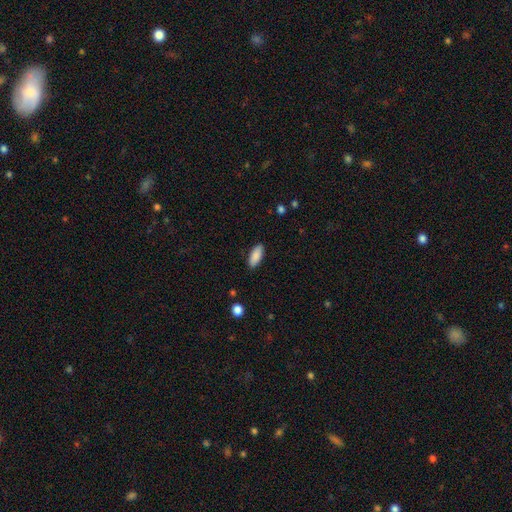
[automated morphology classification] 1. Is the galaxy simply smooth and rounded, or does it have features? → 89% smooth, 6% star or artifact, 5% featured or disk.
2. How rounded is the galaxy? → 83% in between, 15% cigar-shaped, 2% round.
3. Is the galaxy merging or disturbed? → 88% none, 8% minor disturbance, 2% major disturbance, 1% merger.